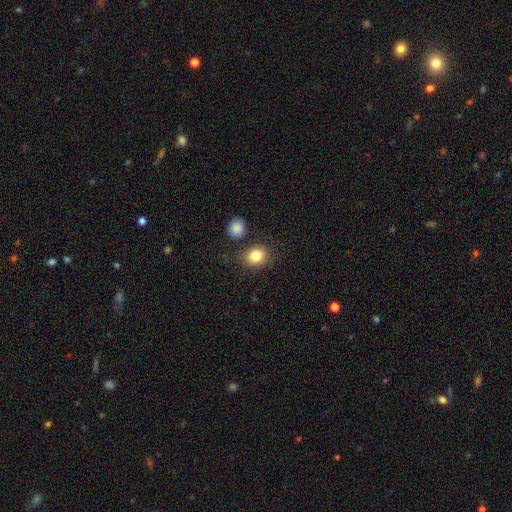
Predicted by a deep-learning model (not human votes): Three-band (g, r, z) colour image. It shows a smooth galaxy with no disk features (83%) that is round (57%). Merging: none (76%).